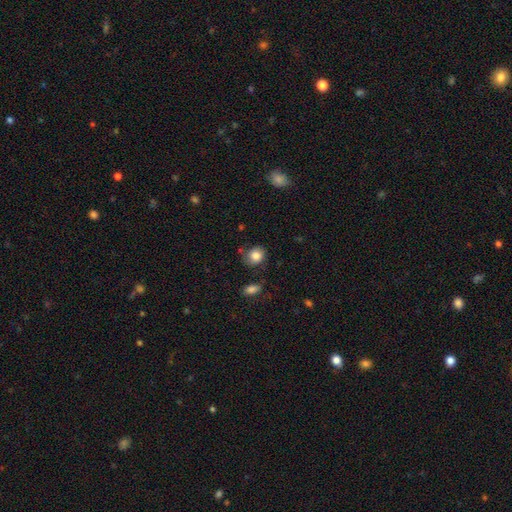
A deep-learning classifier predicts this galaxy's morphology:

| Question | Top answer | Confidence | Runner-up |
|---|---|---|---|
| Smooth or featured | smooth | 83% | featured or disk (9%) |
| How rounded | round | 67% | in between (32%) |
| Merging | none | 70% | minor disturbance (21%) |